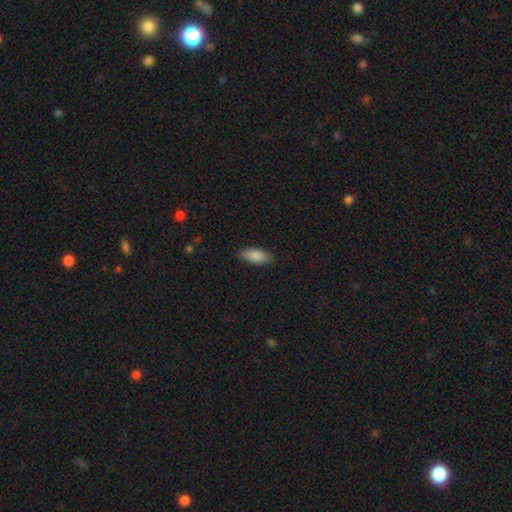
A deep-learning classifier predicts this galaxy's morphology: A smooth galaxy with no disk features (88%) that is in between round and cigar-shaped (85%).

Vote fractions:
- Smooth or featured? smooth: 88% / featured or disk: 6% / star or artifact: 6%
- How rounded? in between: 85% / cigar-shaped: 13% / round: 2%
- Merging? none: 84% / minor disturbance: 12% / major disturbance: 2% / merger: 1%